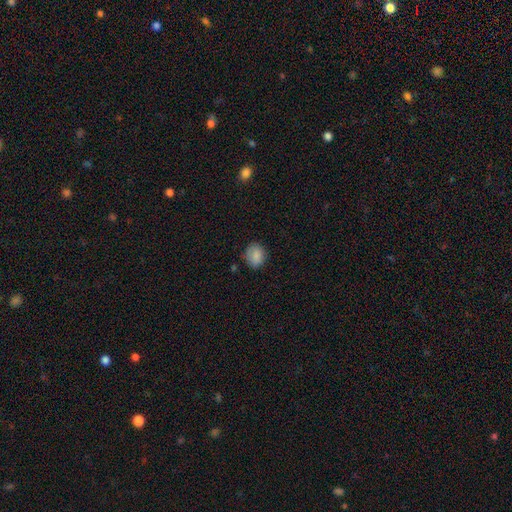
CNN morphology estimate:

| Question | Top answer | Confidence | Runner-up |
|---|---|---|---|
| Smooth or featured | smooth | 84% | star or artifact (9%) |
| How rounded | round | 62% | in between (37%) |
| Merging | none | 76% | minor disturbance (18%) |